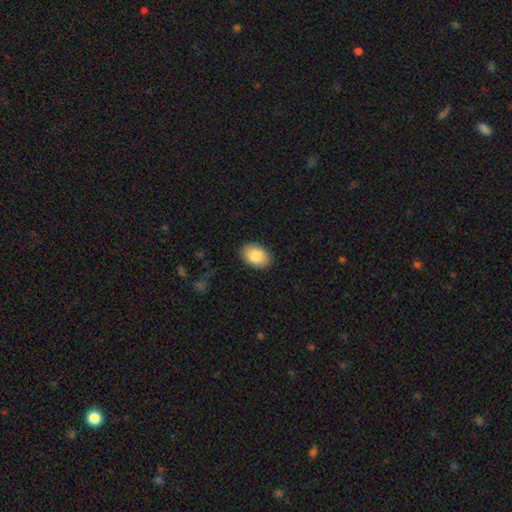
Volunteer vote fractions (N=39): Smooth or featured? 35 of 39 (90%) said smooth. How rounded? 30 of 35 (86%) said in between. Merging? 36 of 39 (92%) said none.